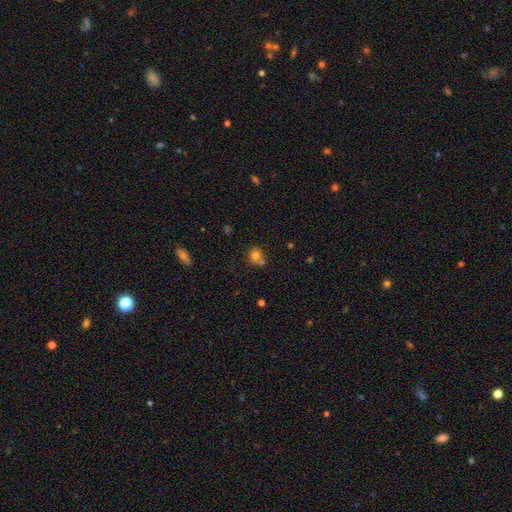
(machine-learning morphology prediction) A smooth galaxy with no disk features (77%) that is round (83%). Merging: none (55%).